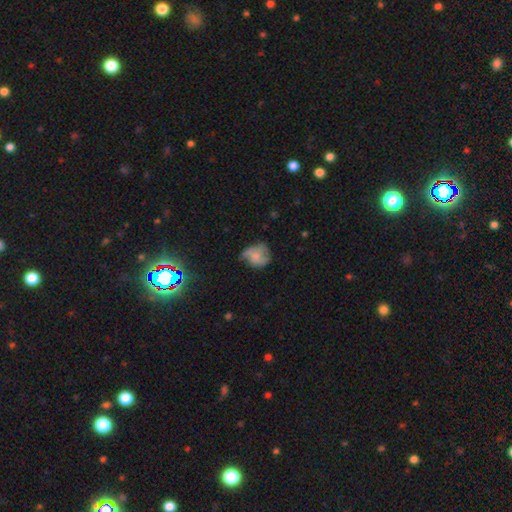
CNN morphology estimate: type=featured or disk (50%); merging=none (50%).